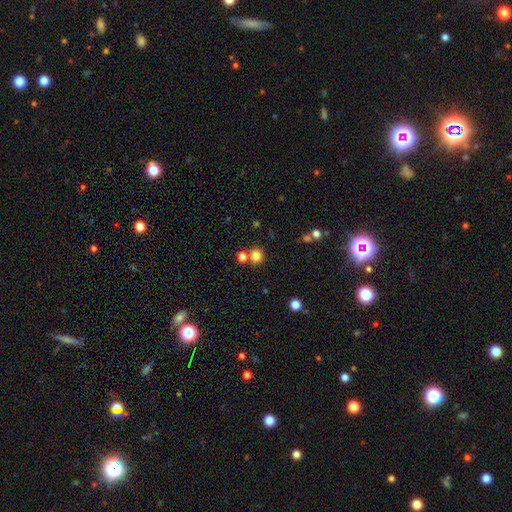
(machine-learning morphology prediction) smooth-or-featured: smooth: 81% | star or artifact: 14% | featured or disk: 5%
  how-rounded: round: 90% | in between: 9% | cigar-shaped: 1%
  merging: none: 75% | merger: 15% | minor disturbance: 7% | major disturbance: 3%